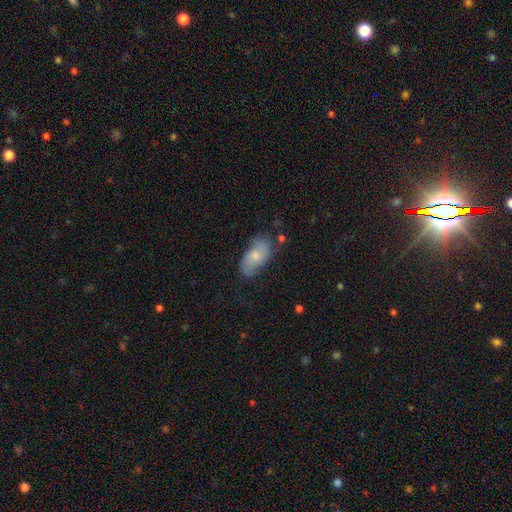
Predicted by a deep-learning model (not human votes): The model was most divided on "smooth or featured": smooth: 55%, featured or disk: 37%, star or artifact: 8%. More confident: how rounded — in between (91%); merging — none (61%).